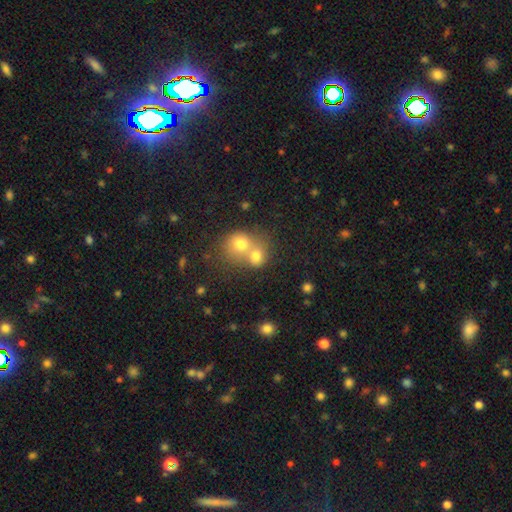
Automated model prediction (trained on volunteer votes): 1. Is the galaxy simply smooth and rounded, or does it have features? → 73% smooth, 14% featured or disk, 12% star or artifact.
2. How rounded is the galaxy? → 68% round, 31% in between, 1% cigar-shaped.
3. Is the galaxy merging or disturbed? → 64% merger, 27% none, 6% minor disturbance, 3% major disturbance.